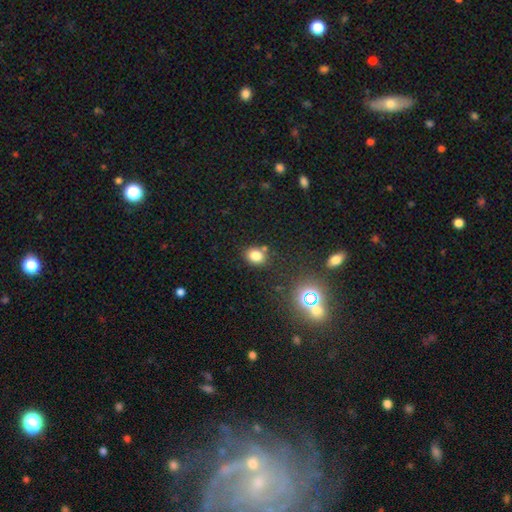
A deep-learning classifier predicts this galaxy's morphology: smooth_or_featured: smooth (p=0.78) [alt: star or artifact p=0.15]
how_rounded: in between (p=0.50) [alt: round p=0.49]
merging: none (p=0.76) [alt: minor disturbance p=0.12]